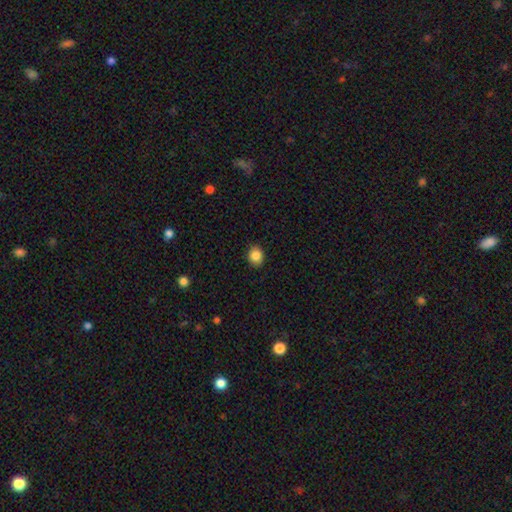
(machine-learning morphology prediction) Smooth or featured? smooth (86%)
How rounded? round (62%)
Merging? none (89%)